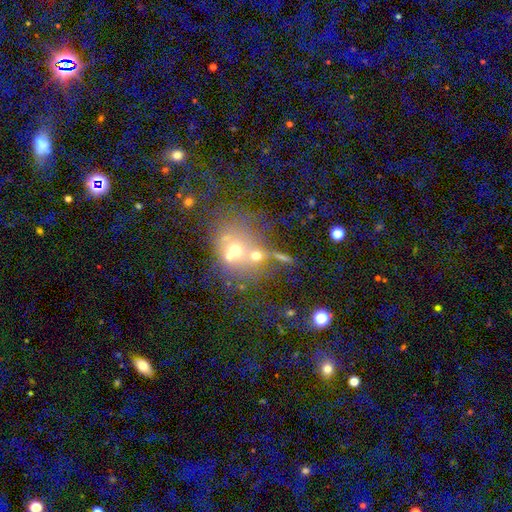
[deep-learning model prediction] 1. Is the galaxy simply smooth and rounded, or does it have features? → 46% smooth, 30% featured or disk, 24% star or artifact.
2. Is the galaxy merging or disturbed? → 51% merger, 30% none, 10% major disturbance, 9% minor disturbance.